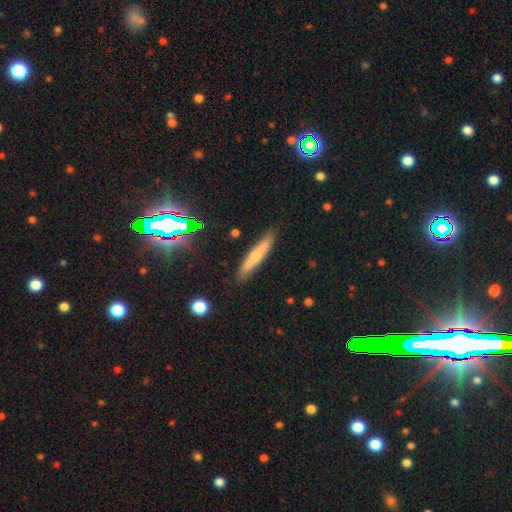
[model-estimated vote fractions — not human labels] Smooth or featured? smooth (55%)
How rounded? cigar-shaped (90%)
Merging? none (86%)